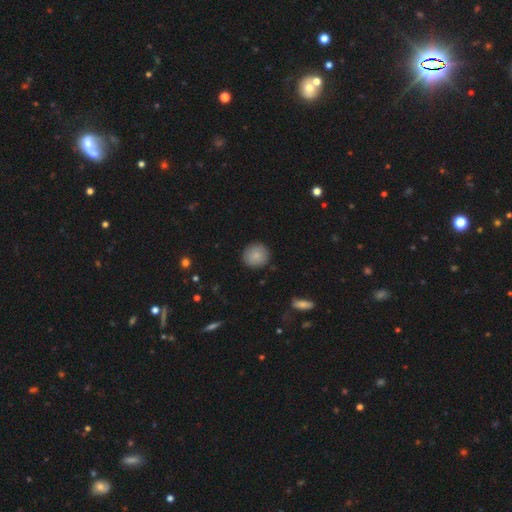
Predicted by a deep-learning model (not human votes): A smooth galaxy with no disk features (86%) that is round (92%).

Vote fractions:
- Smooth or featured? smooth: 86% / star or artifact: 7% / featured or disk: 7%
- How rounded? round: 92% / in between: 7% / cigar-shaped: 1%
- Merging? none: 88% / minor disturbance: 8% / major disturbance: 2% / merger: 1%